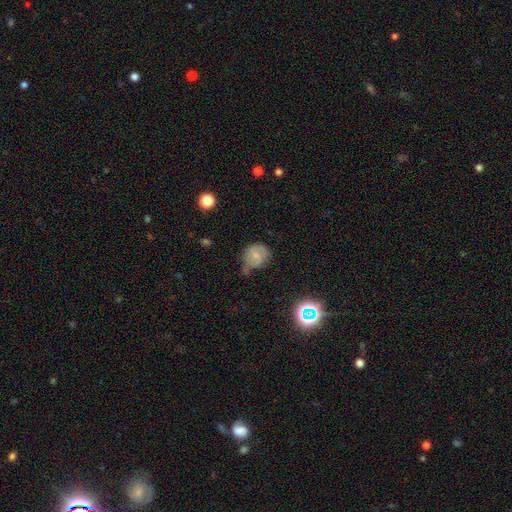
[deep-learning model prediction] smooth 62%, featured or disk 25%, star or artifact 13%. Down the decision tree: how rounded — round (75%); merging — none (53%).